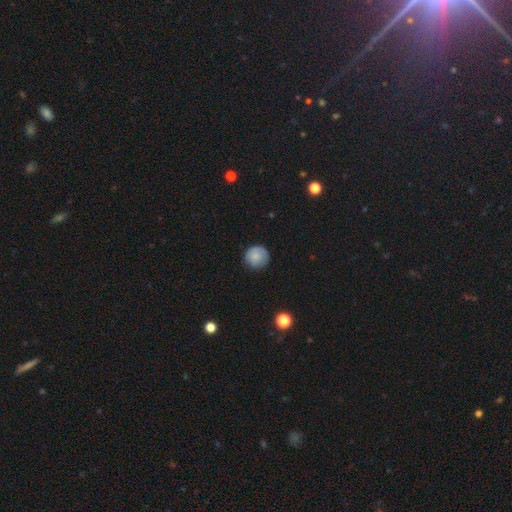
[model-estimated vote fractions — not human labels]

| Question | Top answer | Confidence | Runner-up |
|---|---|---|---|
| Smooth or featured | smooth | 79% | featured or disk (14%) |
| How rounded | round | 94% | in between (5%) |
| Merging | none | 83% | minor disturbance (13%) |